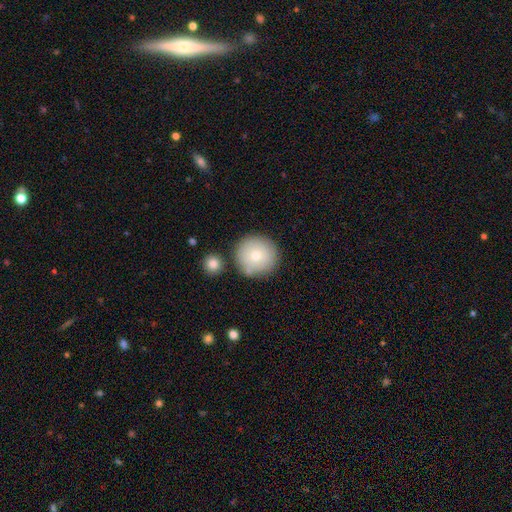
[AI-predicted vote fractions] Smooth or featured: smooth — 75% (featured or disk — 16%)
How rounded: round — 95% (in between — 4%)
Merging: none — 79% (minor disturbance — 10%)